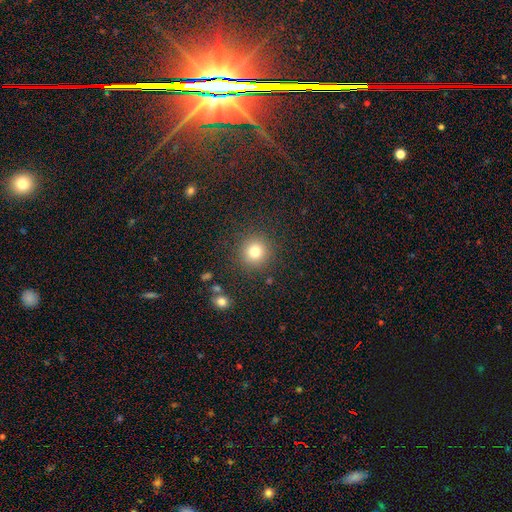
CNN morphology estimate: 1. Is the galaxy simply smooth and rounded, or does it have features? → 75% smooth, 18% star or artifact, 7% featured or disk.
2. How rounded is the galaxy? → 94% round, 5% in between, 1% cigar-shaped.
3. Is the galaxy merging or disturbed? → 91% none, 5% minor disturbance, 2% major disturbance, 2% merger.